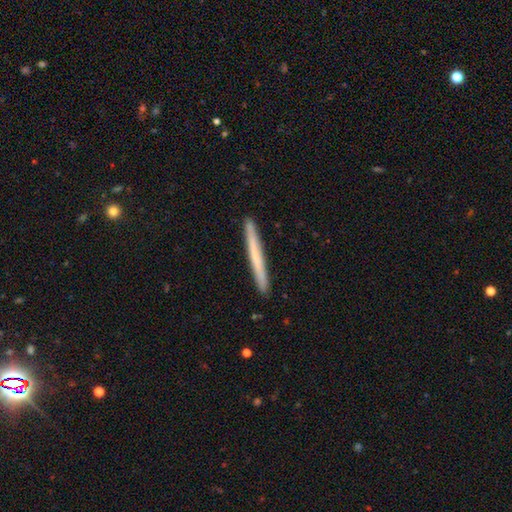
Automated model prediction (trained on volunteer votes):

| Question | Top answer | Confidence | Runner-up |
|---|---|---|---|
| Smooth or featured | smooth | 59% | featured or disk (35%) |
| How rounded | cigar-shaped | 97% | in between (1%) |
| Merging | none | 92% | minor disturbance (6%) |